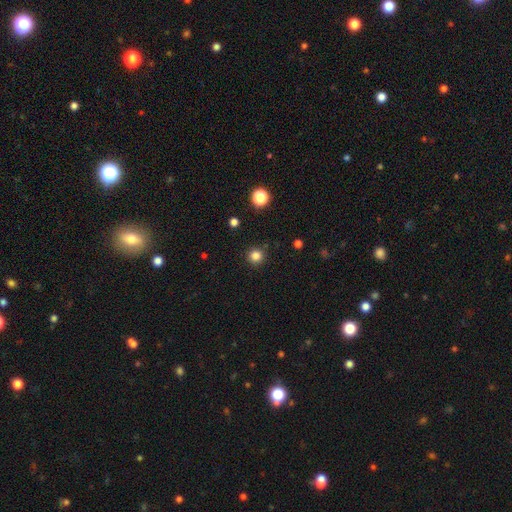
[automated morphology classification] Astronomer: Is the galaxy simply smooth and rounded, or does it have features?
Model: smooth — 83%.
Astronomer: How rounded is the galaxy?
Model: round — 95%.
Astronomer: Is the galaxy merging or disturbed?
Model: none — 91%.